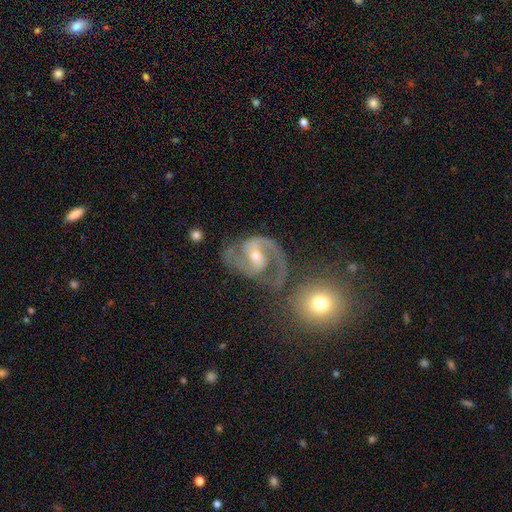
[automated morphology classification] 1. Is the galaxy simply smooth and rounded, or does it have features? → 90% featured or disk, 5% star or artifact, 4% smooth.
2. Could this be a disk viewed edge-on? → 98% no, 2% yes.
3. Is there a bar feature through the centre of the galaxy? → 42% weak, 37% strong, 21% no.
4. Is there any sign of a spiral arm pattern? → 98% yes, 2% no.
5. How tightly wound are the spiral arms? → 63% medium, 19% tight, 18% loose.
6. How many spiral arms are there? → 91% 2, 3% 1, 2% can't tell, 2% 3, 1% 4, 1% more than 4.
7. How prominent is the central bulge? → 53% moderate, 43% small, 2% large, 1% none, 1% dominant.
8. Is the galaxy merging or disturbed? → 59% none, 17% minor disturbance, 12% major disturbance, 12% merger.